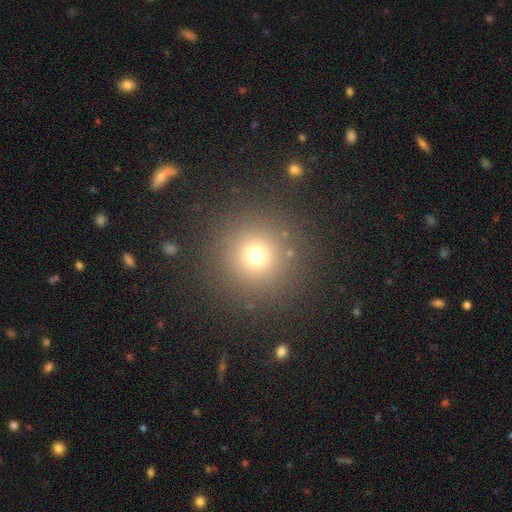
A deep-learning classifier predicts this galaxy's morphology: type=smooth (71%); roundness=round (95%); merging=none (88%).